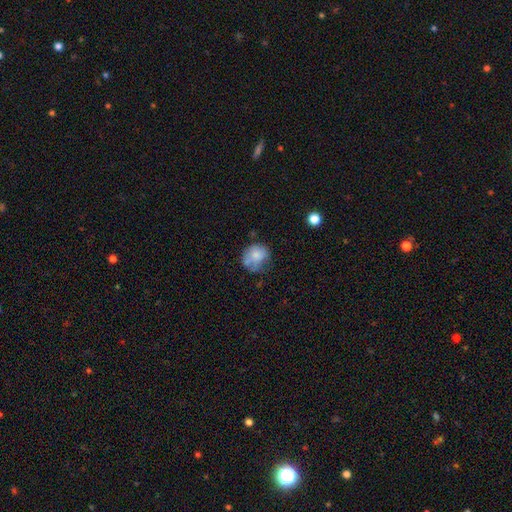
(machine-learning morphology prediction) Q: Smooth or featured?
A: smooth (69%); runner-up: featured or disk (22%)
Q: How rounded?
A: round (75%); runner-up: in between (25%)
Q: Merging?
A: none (46%); runner-up: minor disturbance (30%)